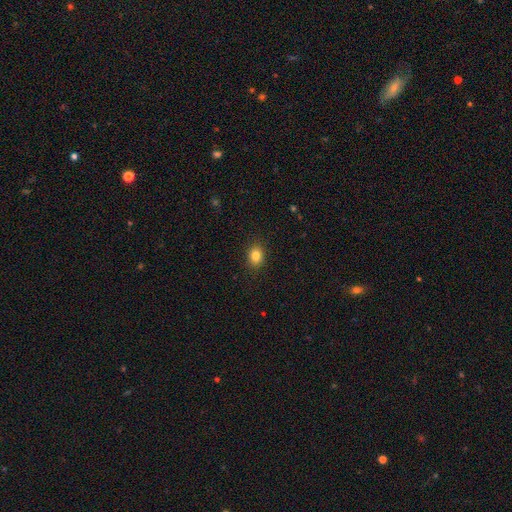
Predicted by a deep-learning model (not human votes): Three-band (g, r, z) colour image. It shows a smooth galaxy with no disk features (83%) that is in between round and cigar-shaped (52%). Merging: none (89%).